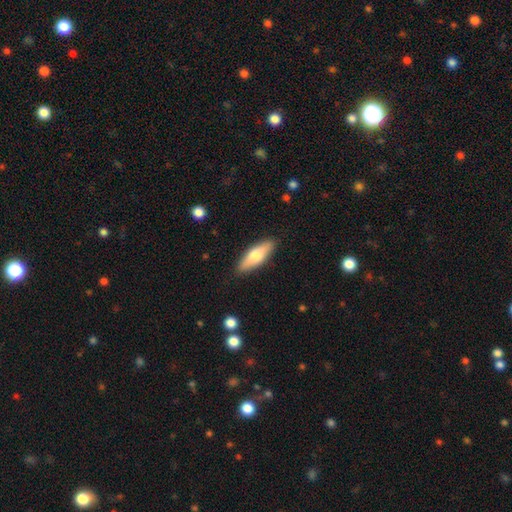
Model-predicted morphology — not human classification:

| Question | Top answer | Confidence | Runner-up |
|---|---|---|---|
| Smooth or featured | smooth | 60% | featured or disk (34%) |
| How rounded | in between | 51% | cigar-shaped (47%) |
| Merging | none | 88% | minor disturbance (9%) |